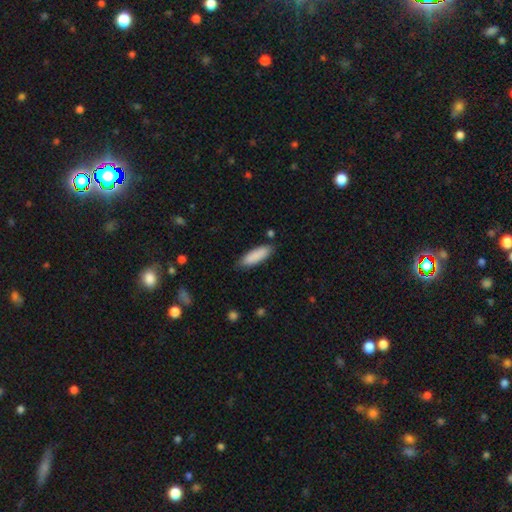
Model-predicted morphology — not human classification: This is clearly a smooth galaxy (88%). How rounded: possibly in between (51%). Merging: clearly none (83%).